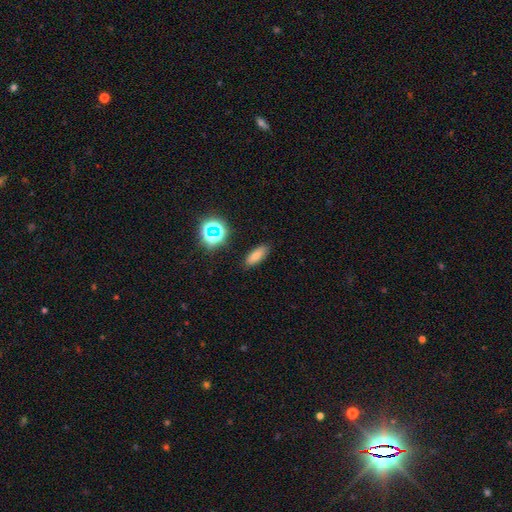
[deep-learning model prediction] Q: Smooth or featured?
A: smooth (76%); runner-up: star or artifact (15%)
Q: How rounded?
A: in between (72%); runner-up: cigar-shaped (23%)
Q: Merging?
A: none (86%); runner-up: minor disturbance (9%)